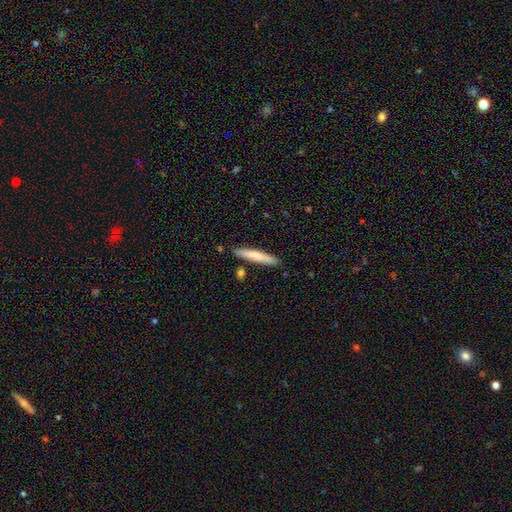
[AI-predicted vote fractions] This is likely a smooth galaxy (72%). How rounded: clearly cigar-shaped (93%). Merging: clearly none (86%).